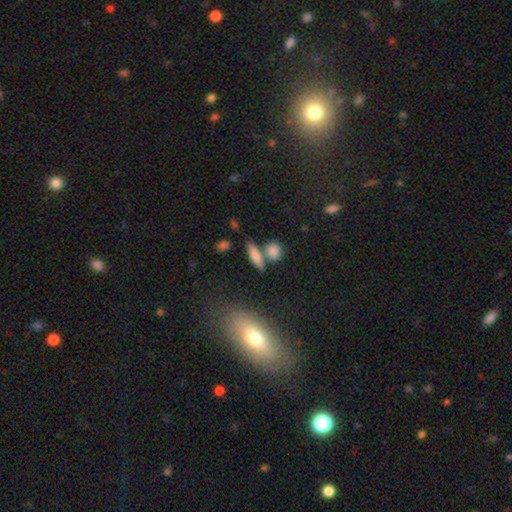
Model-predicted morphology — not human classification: The model was most divided on "how rounded": cigar-shaped: 51%, in between: 39%, round: 11%. More confident: smooth or featured — smooth (75%); merging — none (64%).